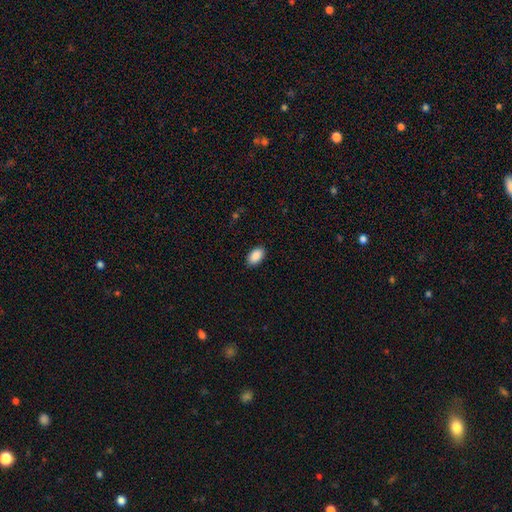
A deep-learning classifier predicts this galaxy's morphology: Smooth or featured? smooth (90%)
How rounded? in between (93%)
Merging? none (89%)